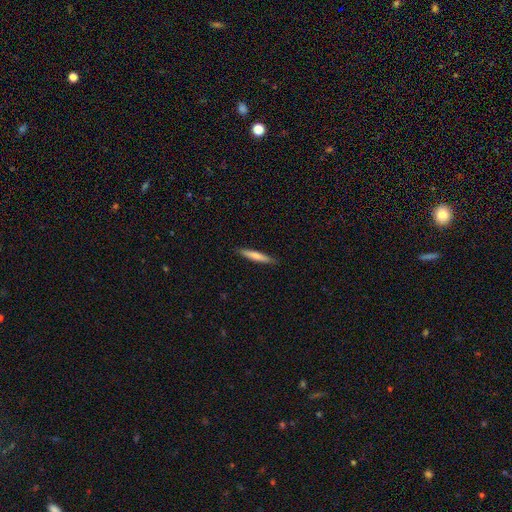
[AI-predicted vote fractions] This appears to be a smooth galaxy with no disk features (71%) that is cigar-shaped (93%). Merging: none (90%).